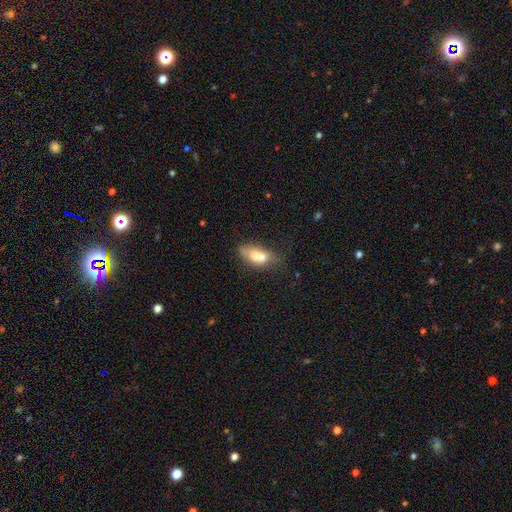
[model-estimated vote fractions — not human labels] smooth_or_featured: smooth (p=0.63) [alt: featured or disk p=0.28]
how_rounded: in between (p=0.78) [alt: cigar-shaped p=0.14]
merging: merger (p=0.44) [alt: none p=0.30]